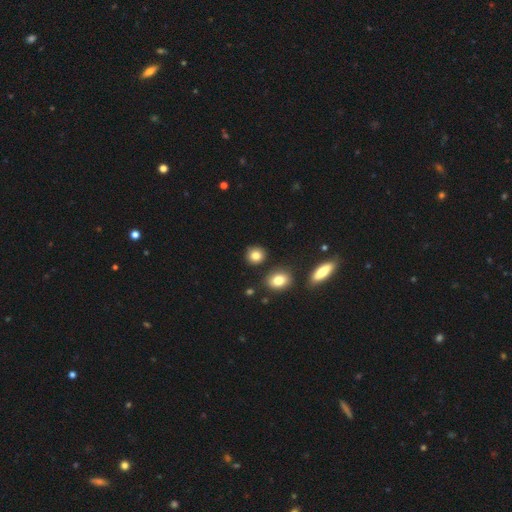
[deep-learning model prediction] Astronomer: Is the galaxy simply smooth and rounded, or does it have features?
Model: smooth — 84%.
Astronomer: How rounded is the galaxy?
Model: round — 82%.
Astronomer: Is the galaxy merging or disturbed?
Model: none — 86%.